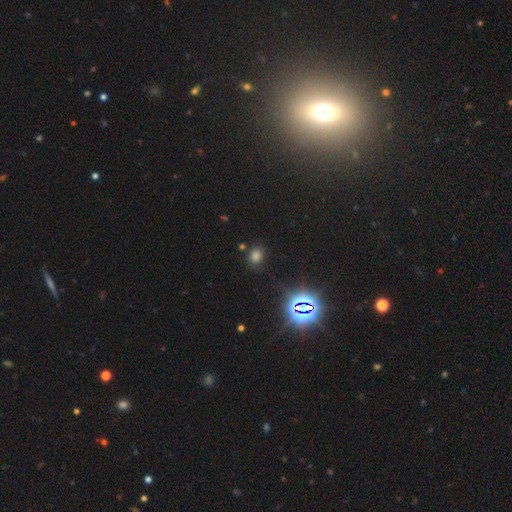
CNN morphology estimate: smooth-or-featured: smooth: 67% | star or artifact: 27% | featured or disk: 6%
  how-rounded: round: 60% | in between: 38% | cigar-shaped: 1%
  merging: none: 80% | minor disturbance: 12% | merger: 4% | major disturbance: 4%